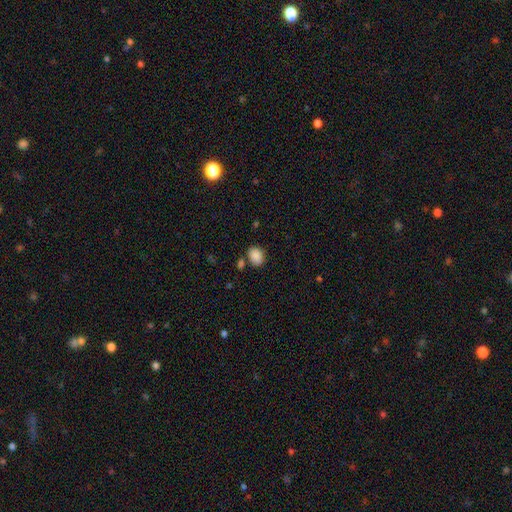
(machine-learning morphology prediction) A smooth galaxy with no disk features (88%) that is in between round and cigar-shaped (63%).

Vote fractions:
- Smooth or featured? smooth: 88% / star or artifact: 9% / featured or disk: 4%
- How rounded? in between: 63% / round: 36% / cigar-shaped: 1%
- Merging? none: 72% / minor disturbance: 13% / merger: 11% / major disturbance: 4%